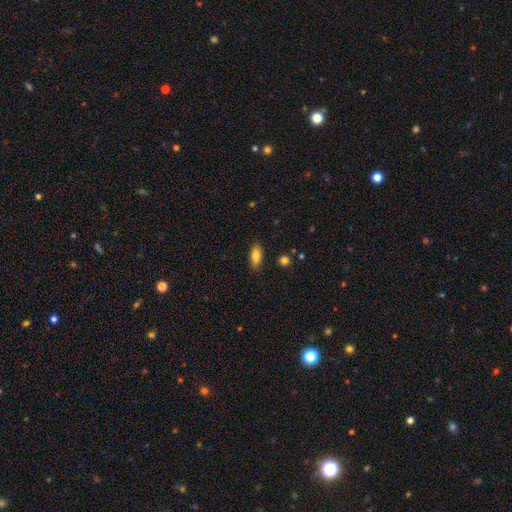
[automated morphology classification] This appears to be a smooth galaxy with no disk features (83%) that is in between round and cigar-shaped (81%). Merging: none (86%).